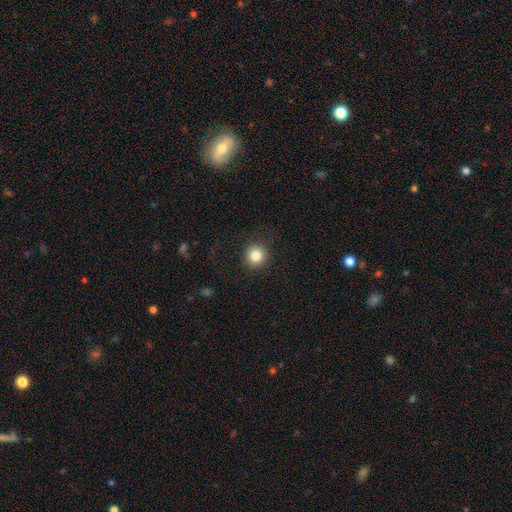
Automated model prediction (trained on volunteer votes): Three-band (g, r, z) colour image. It shows a smooth galaxy with no disk features (84%) that is round (94%). Merging: none (89%).